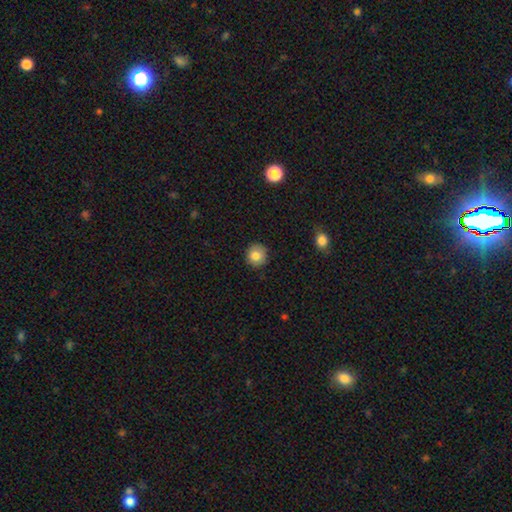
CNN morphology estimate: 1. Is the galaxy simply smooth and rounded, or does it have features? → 83% smooth, 10% star or artifact, 8% featured or disk.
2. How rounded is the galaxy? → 90% round, 9% in between, 1% cigar-shaped.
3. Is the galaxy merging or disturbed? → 87% none, 10% minor disturbance, 2% major disturbance, 1% merger.